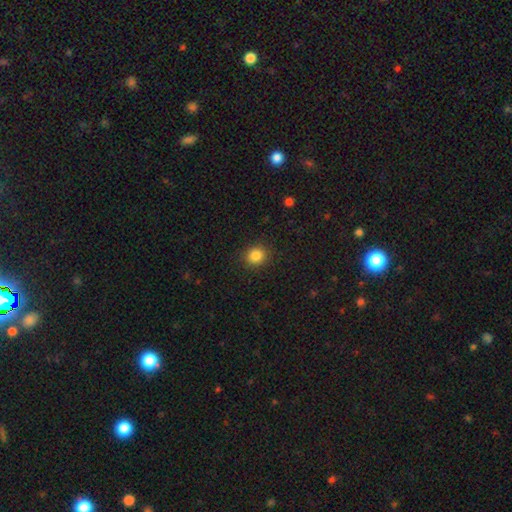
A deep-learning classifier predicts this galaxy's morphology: smooth 85%, star or artifact 11%, featured or disk 4%. Down the decision tree: how rounded — round (85%); merging — none (91%).